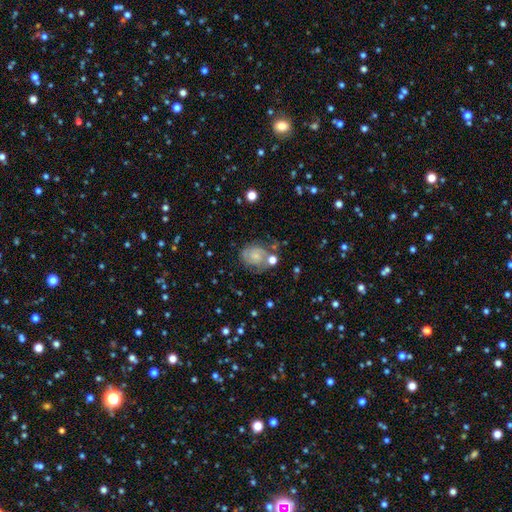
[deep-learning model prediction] smooth_or_featured: featured or disk (p=0.54) [alt: smooth p=0.35]
disk_edge_on: no (p=0.98) [alt: yes p=0.02]
bar: no (p=0.75) [alt: weak p=0.22]
has_spiral_arms: yes (p=0.83) [alt: no p=0.17]
bulge_size: small (p=0.60) [alt: moderate p=0.20]
merging: none (p=0.55) [alt: minor disturbance p=0.22]